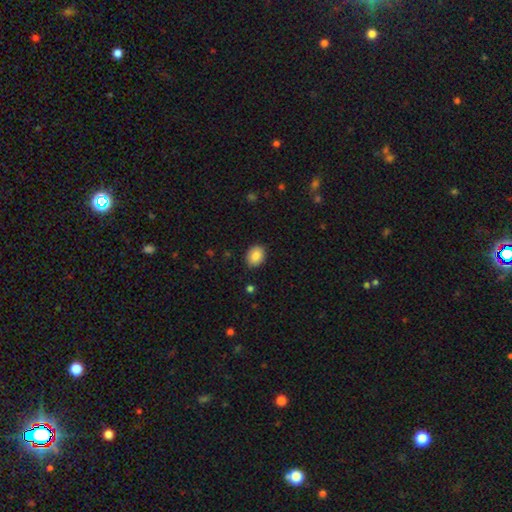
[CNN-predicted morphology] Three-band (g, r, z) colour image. It shows a smooth galaxy with no disk features (86%) that is in between round and cigar-shaped (62%). Merging: none (87%).